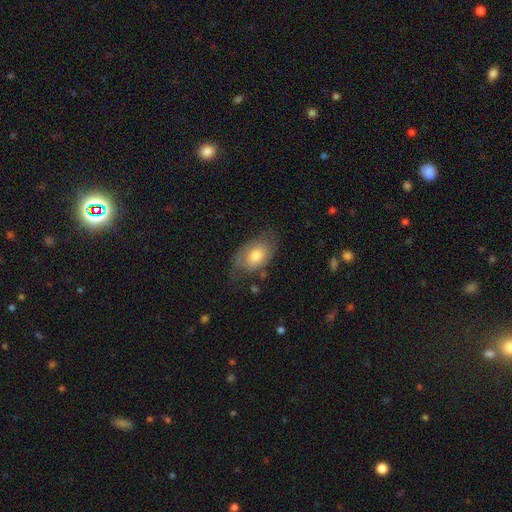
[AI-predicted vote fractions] smooth-or-featured: smooth: 66% | featured or disk: 26% | star or artifact: 7%
  how-rounded: in between: 86% | round: 12% | cigar-shaped: 1%
  merging: none: 60% | minor disturbance: 26% | major disturbance: 11% | merger: 2%